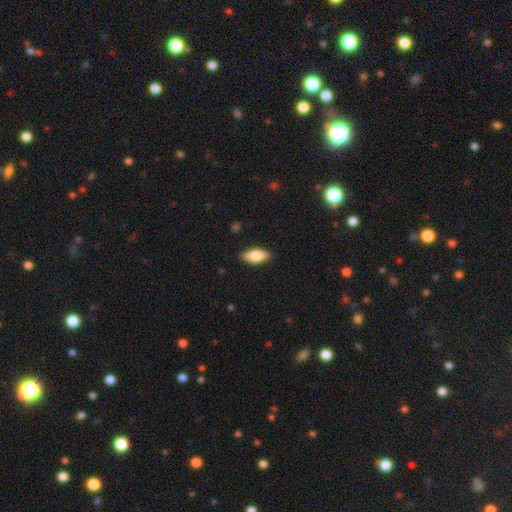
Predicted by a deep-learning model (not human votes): A smooth galaxy with no disk features (75%) that is in between round and cigar-shaped (83%).

Vote fractions:
- Smooth or featured? smooth: 75% / featured or disk: 18% / star or artifact: 6%
- How rounded? in between: 83% / cigar-shaped: 14% / round: 3%
- Merging? none: 87% / minor disturbance: 9% / major disturbance: 2% / merger: 1%